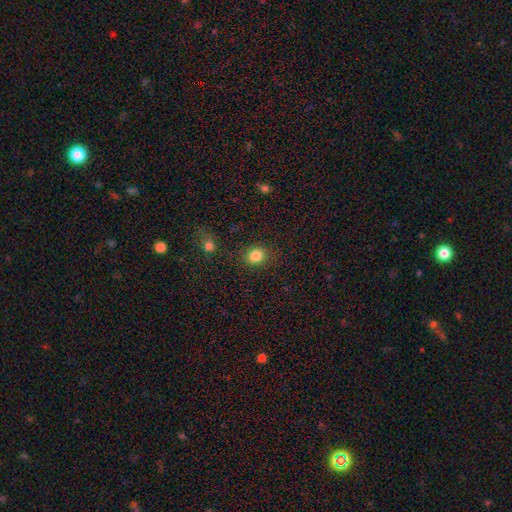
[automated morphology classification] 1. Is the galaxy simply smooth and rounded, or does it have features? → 84% smooth, 11% star or artifact, 5% featured or disk.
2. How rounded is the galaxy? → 61% round, 38% in between, 1% cigar-shaped.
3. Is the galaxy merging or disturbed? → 83% none, 10% minor disturbance, 4% major disturbance, 3% merger.